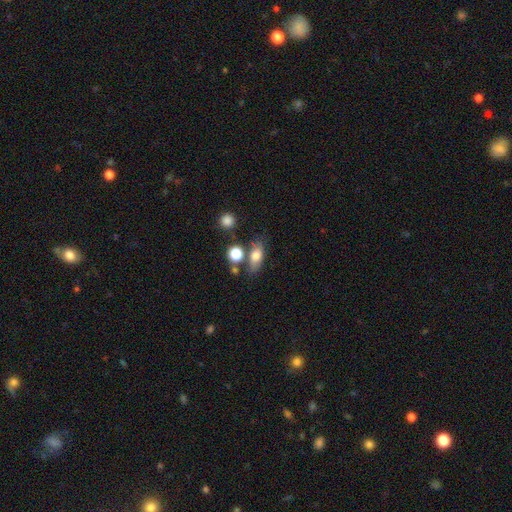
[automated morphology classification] Q: Smooth or featured?
A: smooth (72%); runner-up: featured or disk (17%)
Q: How rounded?
A: in between (72%); runner-up: round (16%)
Q: Merging?
A: none (63%); runner-up: minor disturbance (17%)